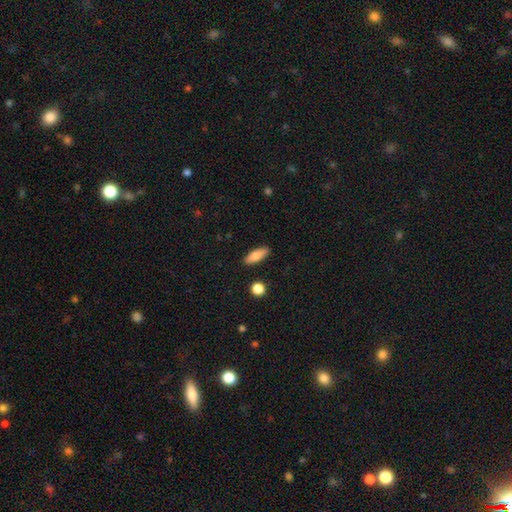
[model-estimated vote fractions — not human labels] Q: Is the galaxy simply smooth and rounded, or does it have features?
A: smooth — 79%.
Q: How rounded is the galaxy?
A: in between — 64%.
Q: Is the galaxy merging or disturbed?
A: none — 88%.